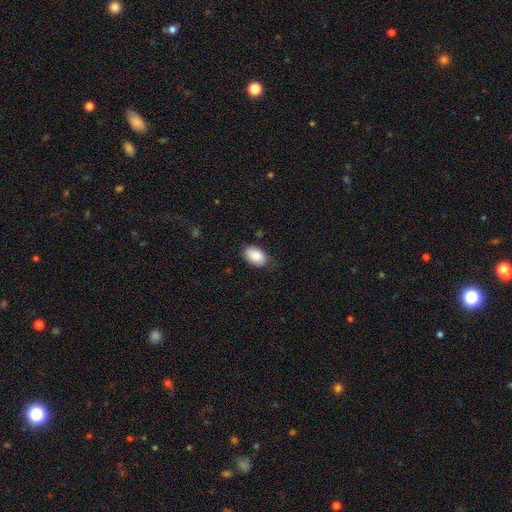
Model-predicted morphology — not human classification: This is clearly a smooth galaxy (86%). How rounded: clearly in between (91%). Merging: likely none (69%).